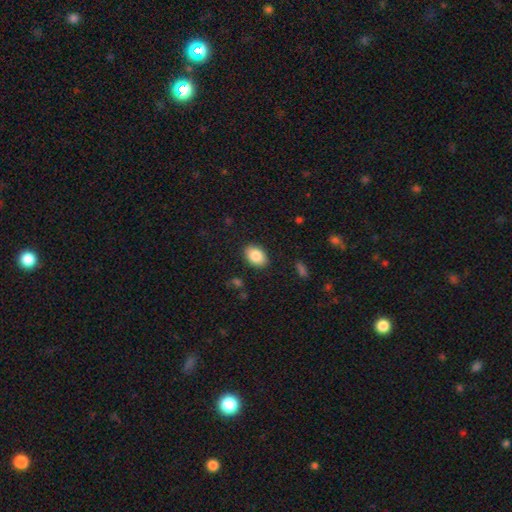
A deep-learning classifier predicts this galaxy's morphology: Smooth or featured: smooth — 86% (star or artifact — 7%)
How rounded: in between — 83% (round — 16%)
Merging: none — 88% (minor disturbance — 9%)